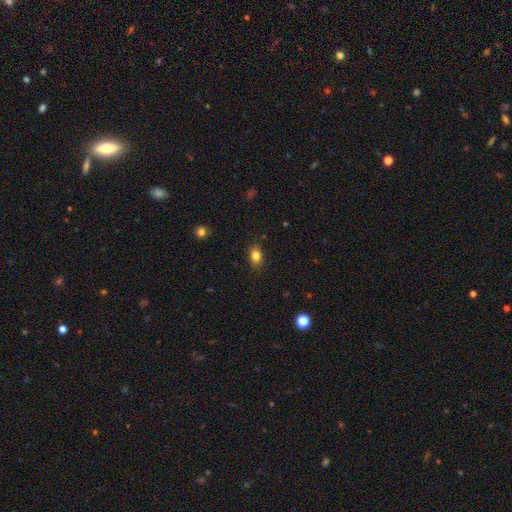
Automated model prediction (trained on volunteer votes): Q: Smooth or featured?
A: smooth (83%); runner-up: star or artifact (10%)
Q: How rounded?
A: in between (74%); runner-up: round (25%)
Q: Merging?
A: none (85%); runner-up: minor disturbance (11%)